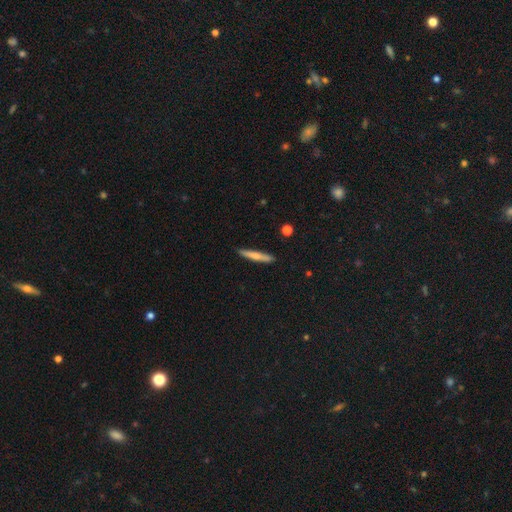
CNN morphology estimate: A smooth galaxy with no disk features (60%) that is cigar-shaped (94%).

Vote fractions:
- Smooth or featured? smooth: 60% / featured or disk: 34% / star or artifact: 6%
- How rounded? cigar-shaped: 94% / in between: 5% / round: 1%
- Merging? none: 88% / minor disturbance: 9% / major disturbance: 2% / merger: 1%